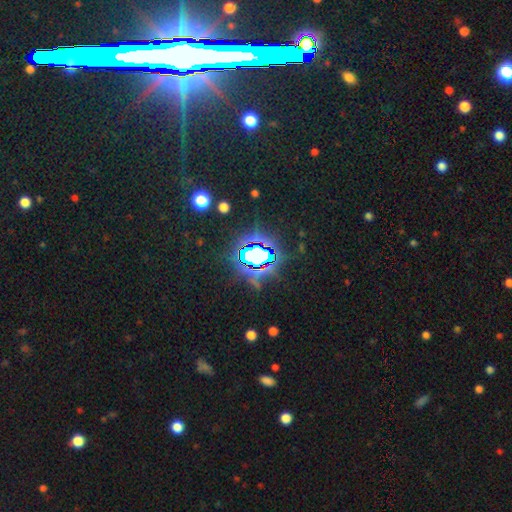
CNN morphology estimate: smooth_or_featured: star or artifact (p=0.76) [alt: smooth p=0.15]